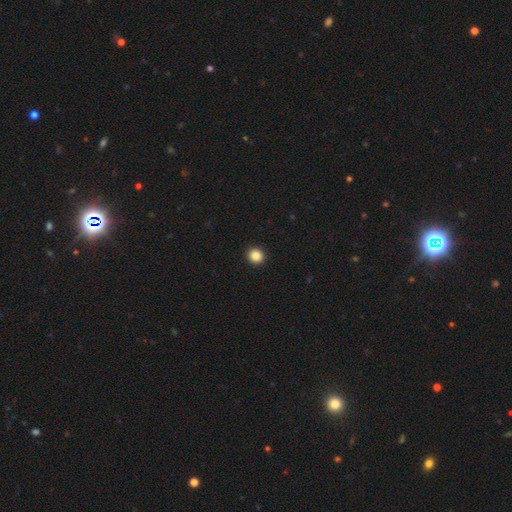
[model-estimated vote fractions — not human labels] Smooth or featured? Predicted: smooth (p=0.86). How rounded? Predicted: round (p=0.92). Merging? Predicted: none (p=0.94).